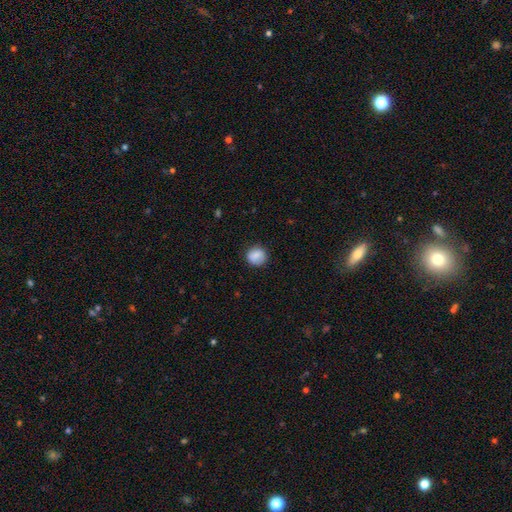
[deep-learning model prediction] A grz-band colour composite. It shows a smooth galaxy with no disk features (85%) that is round (87%). Merging: none (83%).